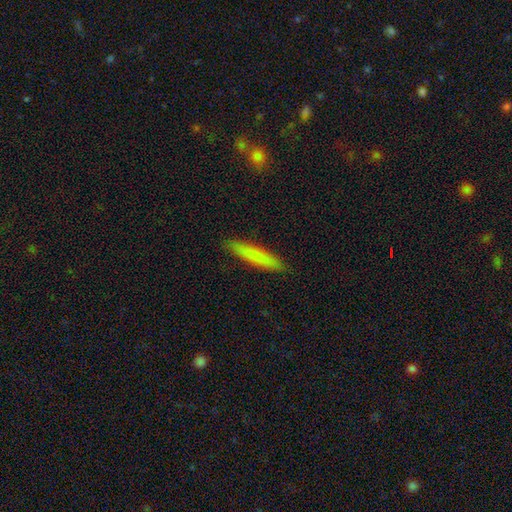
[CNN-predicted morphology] Q: Smooth or featured?
A: smooth (79%); runner-up: featured or disk (15%)
Q: How rounded?
A: cigar-shaped (91%); runner-up: in between (8%)
Q: Merging?
A: none (90%); runner-up: minor disturbance (7%)